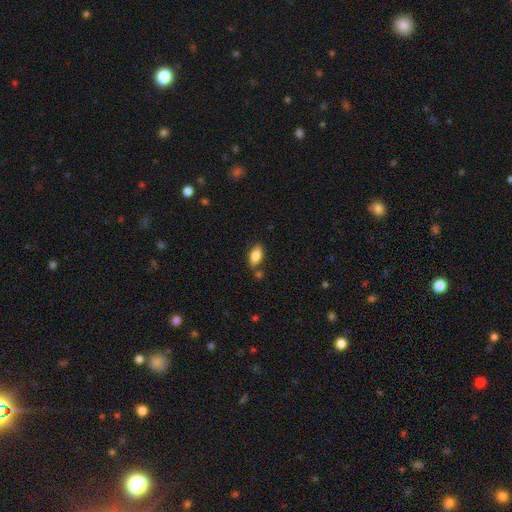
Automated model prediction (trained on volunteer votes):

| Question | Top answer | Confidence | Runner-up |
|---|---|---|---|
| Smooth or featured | smooth | 76% | featured or disk (17%) |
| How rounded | in between | 84% | cigar-shaped (13%) |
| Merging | none | 77% | minor disturbance (14%) |